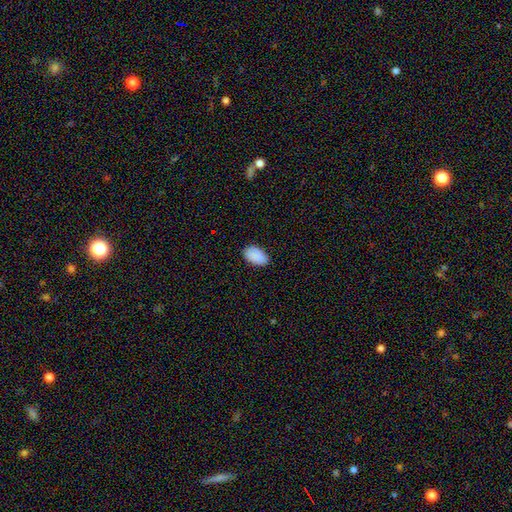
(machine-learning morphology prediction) smooth 90%, star or artifact 7%, featured or disk 3%. Down the decision tree: how rounded — in between (94%); merging — none (85%).